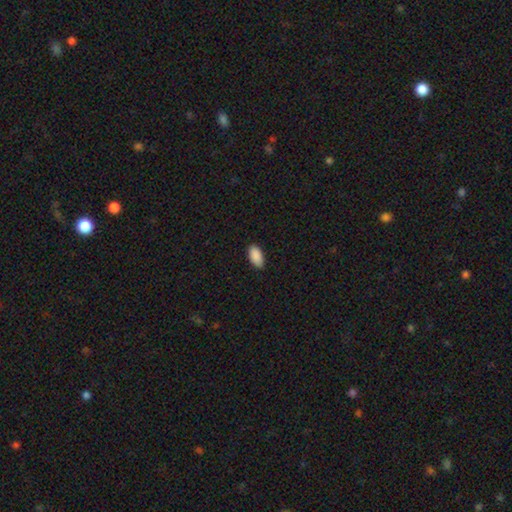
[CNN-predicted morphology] smooth-or-featured: smooth: 91% | star or artifact: 6% | featured or disk: 3%
  how-rounded: in between: 94% | cigar-shaped: 3% | round: 2%
  merging: none: 86% | minor disturbance: 11% | major disturbance: 2% | merger: 1%